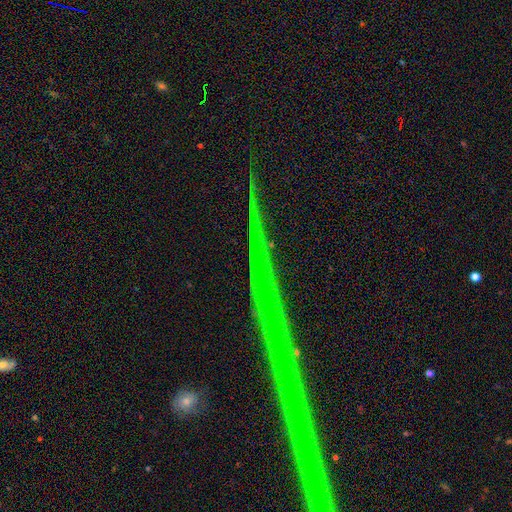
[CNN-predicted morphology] The model was most divided on "smooth or featured": star or artifact: 82%, featured or disk: 12%, smooth: 5%.